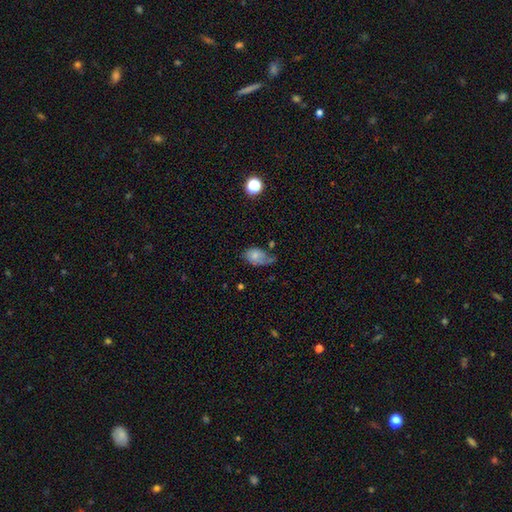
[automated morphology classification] This appears to be a smooth galaxy with no disk features (63%) that is in between round and cigar-shaped (81%). Merging: minor disturbance (33%, tied with none).